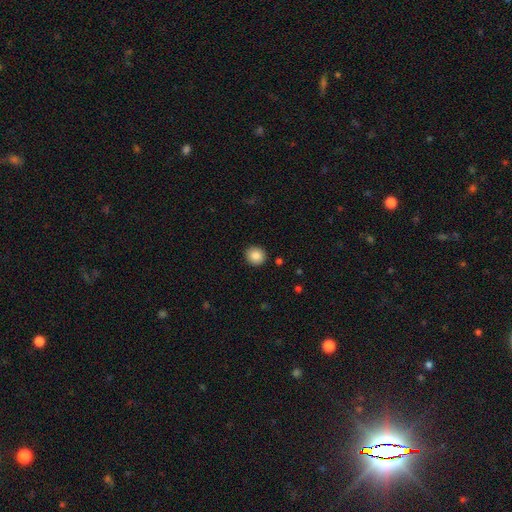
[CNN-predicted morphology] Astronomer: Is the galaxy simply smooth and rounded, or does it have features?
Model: smooth — 87%.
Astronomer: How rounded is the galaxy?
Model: round — 87%.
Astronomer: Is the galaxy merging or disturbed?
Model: none — 91%.